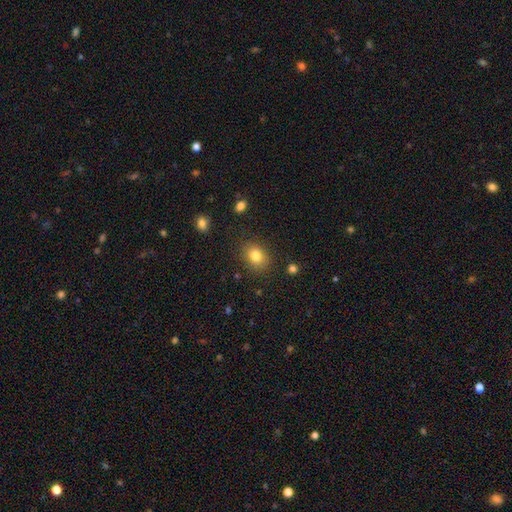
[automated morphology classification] smooth 82%, star or artifact 11%, featured or disk 8%. Down the decision tree: how rounded — in between (51%); merging — none (85%).